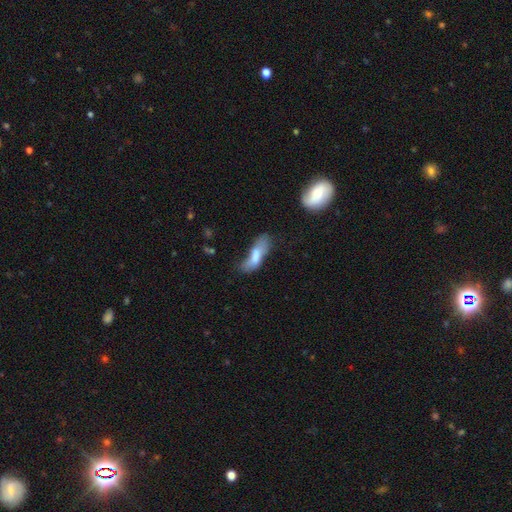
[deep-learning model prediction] Q: Smooth or featured?
A: smooth (68%); runner-up: featured or disk (23%)
Q: How rounded?
A: in between (54%); runner-up: cigar-shaped (44%)
Q: Merging?
A: none (29%); runner-up: major disturbance (28%)